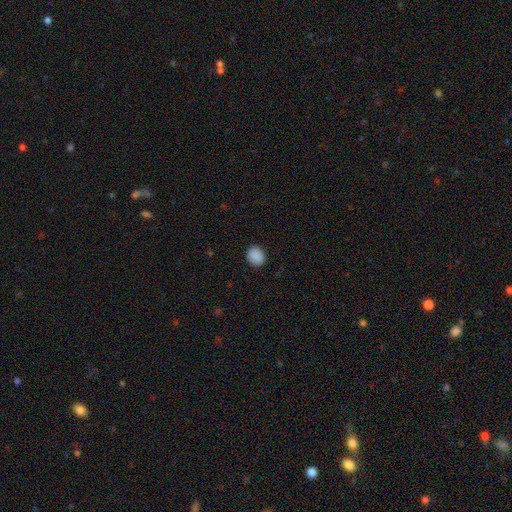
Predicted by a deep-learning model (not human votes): Smooth or featured? smooth (89%)
How rounded? round (65%)
Merging? none (89%)